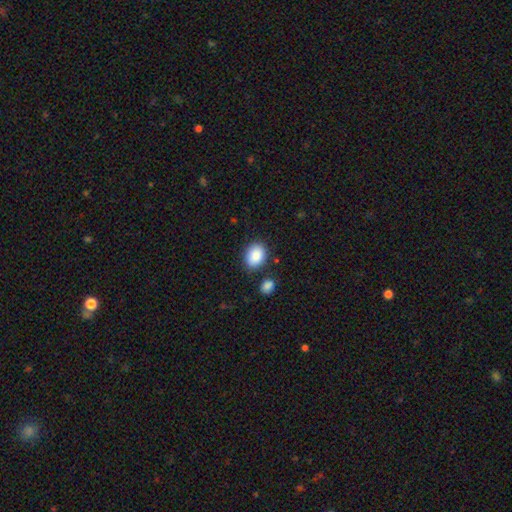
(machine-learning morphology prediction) smooth-or-featured: smooth: 87% | star or artifact: 7% | featured or disk: 6%
  how-rounded: in between: 64% | round: 35% | cigar-shaped: 1%
  merging: none: 81% | minor disturbance: 11% | merger: 5% | major disturbance: 3%